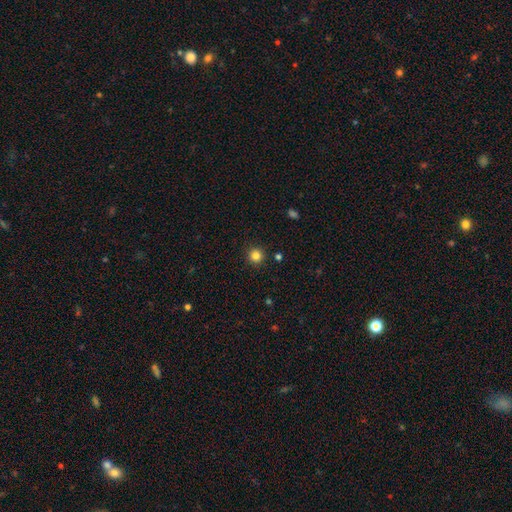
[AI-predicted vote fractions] The model was most divided on "smooth or featured": smooth: 83%, star or artifact: 13%, featured or disk: 5%. More confident: how rounded — round (95%); merging — none (91%).